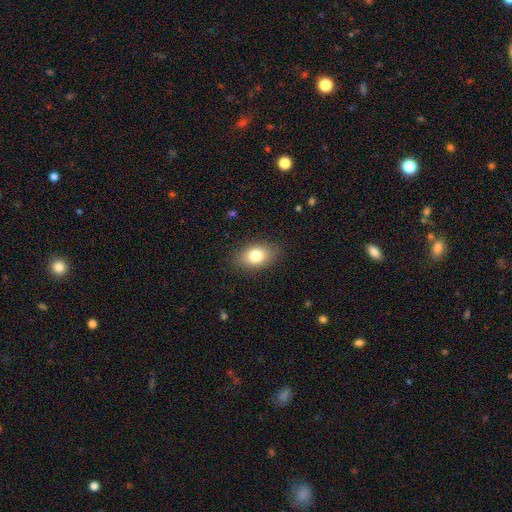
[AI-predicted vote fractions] Smooth or featured?
  - smooth: 80% *
  - featured or disk: 11%
  - star or artifact: 9%
How rounded?
  - in between: 83% *
  - round: 15%
  - cigar-shaped: 2%
Merging?
  - none: 86% *
  - minor disturbance: 10%
  - major disturbance: 3%
  - merger: 1%